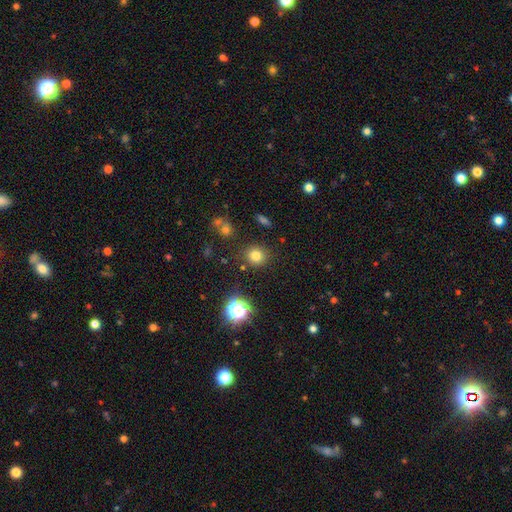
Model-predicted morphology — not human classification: The model was most divided on "smooth or featured": smooth: 75%, star or artifact: 18%, featured or disk: 7%. More confident: how rounded — round (87%); merging — none (85%).